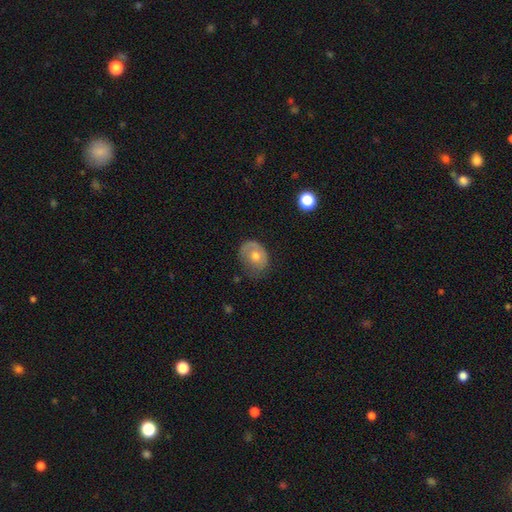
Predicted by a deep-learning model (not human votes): Q: Smooth or featured?
A: smooth (57%); runner-up: featured or disk (35%)
Q: How rounded?
A: in between (52%); runner-up: round (47%)
Q: Merging?
A: none (53%); runner-up: minor disturbance (31%)